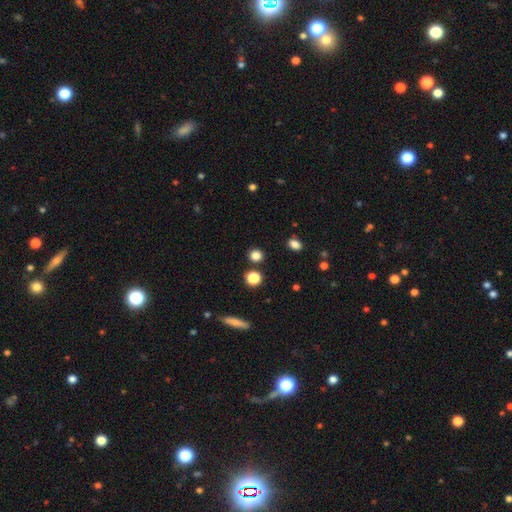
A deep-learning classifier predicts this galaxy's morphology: Smooth or featured? smooth (82%)
How rounded? round (87%)
Merging? none (87%)